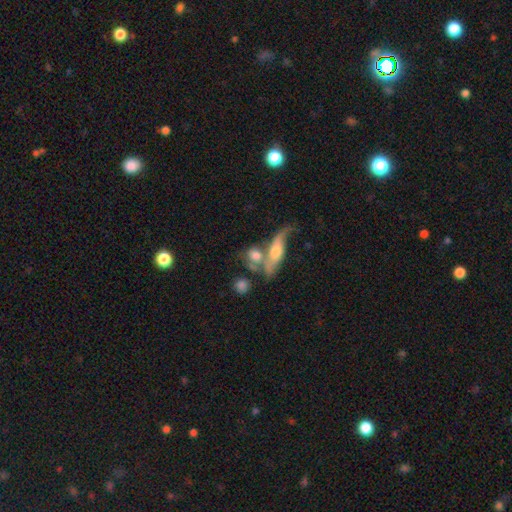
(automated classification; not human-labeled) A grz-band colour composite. It shows a smooth galaxy with no disk features (56%) that is in between round and cigar-shaped (52%). Merging: merger (48%).